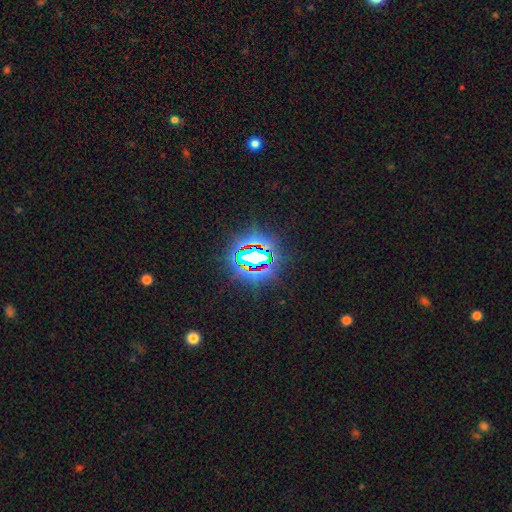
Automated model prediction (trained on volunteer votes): smooth-or-featured: star or artifact: 75% | smooth: 14% | featured or disk: 11%